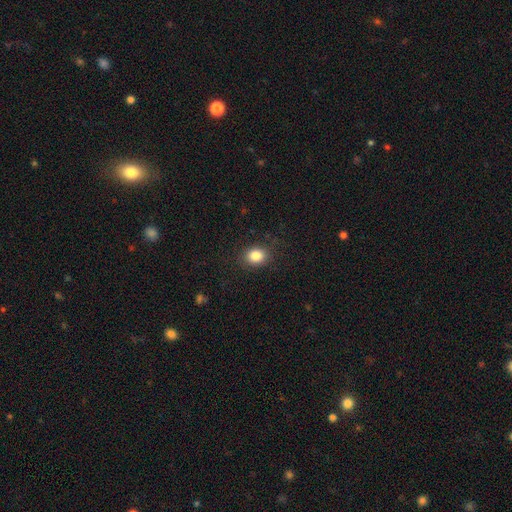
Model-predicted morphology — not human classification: A smooth galaxy with no disk features (85%) that is round (52%).

Vote fractions:
- Smooth or featured? smooth: 85% / star or artifact: 10% / featured or disk: 6%
- How rounded? round: 52% / in between: 47% / cigar-shaped: 1%
- Merging? none: 87% / minor disturbance: 9% / major disturbance: 3% / merger: 1%